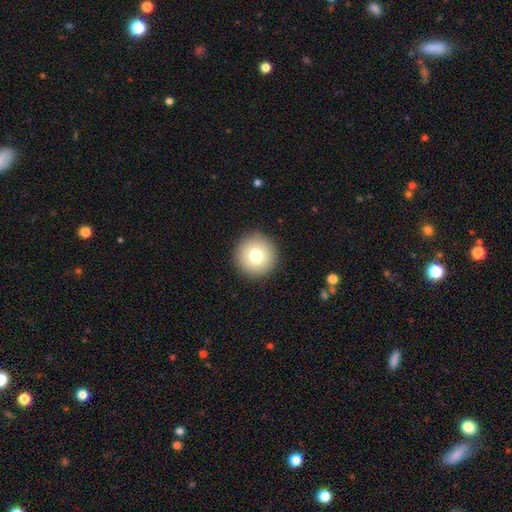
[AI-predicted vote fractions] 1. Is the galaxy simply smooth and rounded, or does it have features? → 75% smooth, 14% featured or disk, 11% star or artifact.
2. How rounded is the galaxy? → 96% round, 3% in between, 1% cigar-shaped.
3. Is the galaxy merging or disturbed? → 92% none, 5% minor disturbance, 2% major disturbance, 1% merger.